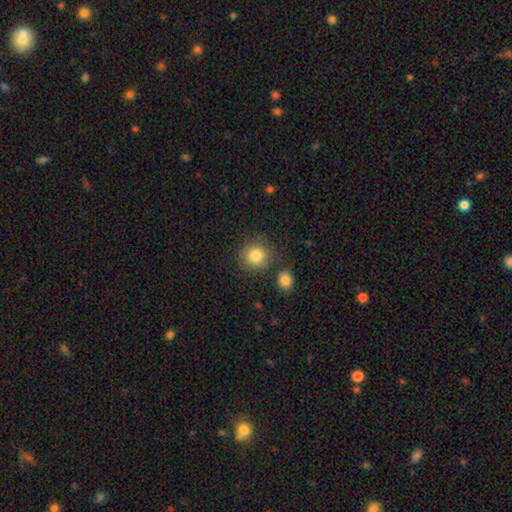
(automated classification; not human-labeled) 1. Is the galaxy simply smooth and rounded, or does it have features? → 84% smooth, 10% star or artifact, 6% featured or disk.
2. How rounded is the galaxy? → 88% round, 11% in between, 1% cigar-shaped.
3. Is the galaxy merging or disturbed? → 81% none, 9% minor disturbance, 7% merger, 3% major disturbance.